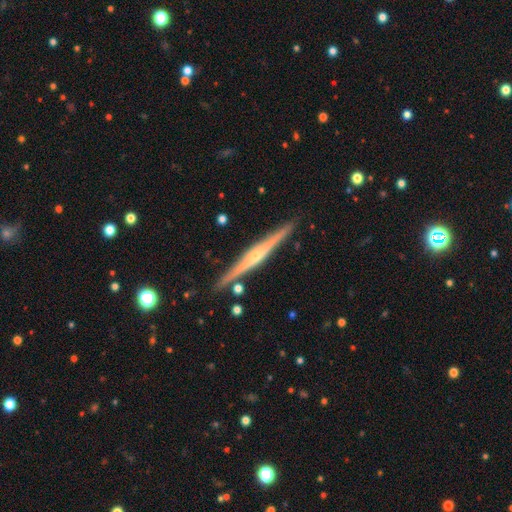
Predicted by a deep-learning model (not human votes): Q: Smooth or featured?
A: featured or disk (82%); runner-up: smooth (13%)
Q: Edge-on disk?
A: yes (98%); runner-up: no (2%)
Q: Edge-on bulge?
A: rounded (76%); runner-up: none (17%)
Q: Merging?
A: none (90%); runner-up: minor disturbance (7%)